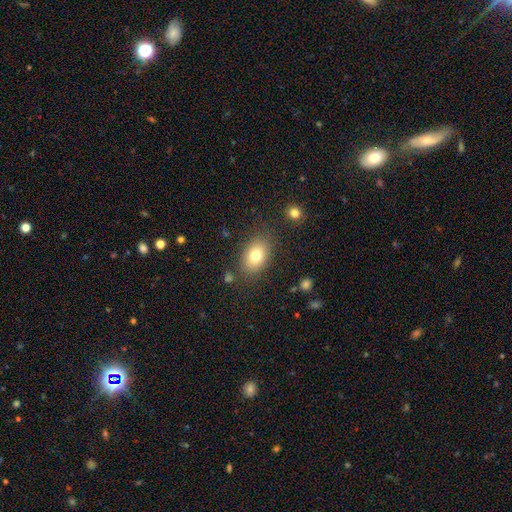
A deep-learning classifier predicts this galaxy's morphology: smooth_or_featured: smooth (p=0.79) [alt: featured or disk p=0.12]
how_rounded: in between (p=0.82) [alt: round p=0.17]
merging: none (p=0.82) [alt: minor disturbance p=0.12]